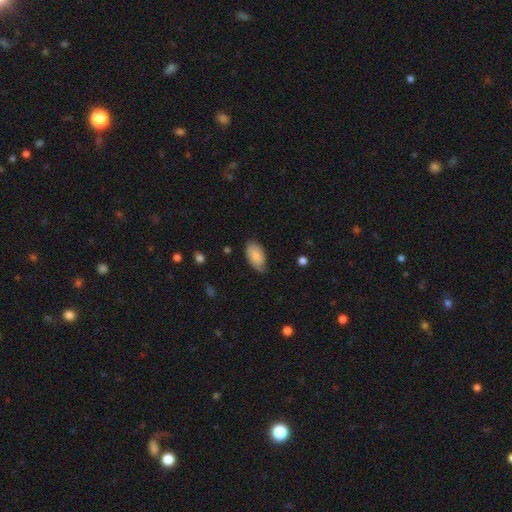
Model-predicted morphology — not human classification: smooth-or-featured: smooth: 78% | featured or disk: 15% | star or artifact: 6%
  how-rounded: in between: 94% | round: 4% | cigar-shaped: 2%
  merging: none: 67% | minor disturbance: 27% | major disturbance: 4% | merger: 1%